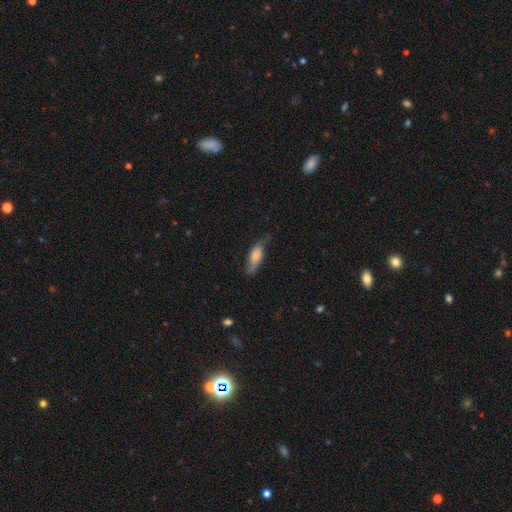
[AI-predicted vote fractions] Q: Smooth or featured?
A: smooth (68%); runner-up: featured or disk (25%)
Q: How rounded?
A: in between (62%); runner-up: cigar-shaped (35%)
Q: Merging?
A: none (57%); runner-up: minor disturbance (32%)